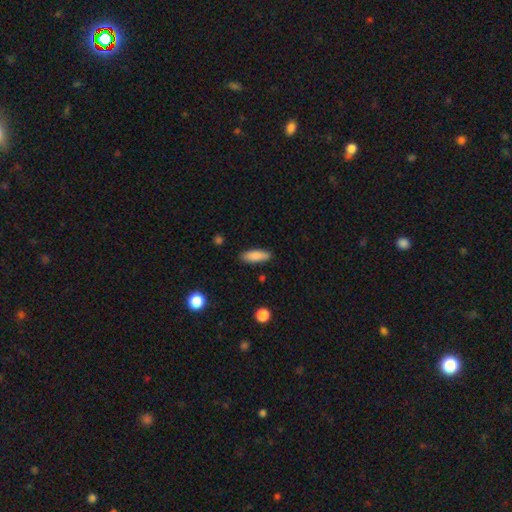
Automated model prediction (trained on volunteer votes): A smooth galaxy with no disk features (86%) that is in between round and cigar-shaped (57%). Merging: none (86%).